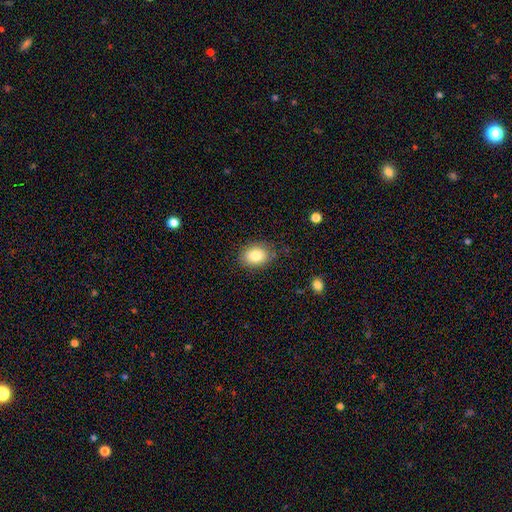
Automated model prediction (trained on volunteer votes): smooth_or_featured: smooth (p=0.84) [alt: star or artifact p=0.08]
how_rounded: in between (p=0.69) [alt: round p=0.30]
merging: none (p=0.83) [alt: minor disturbance p=0.12]